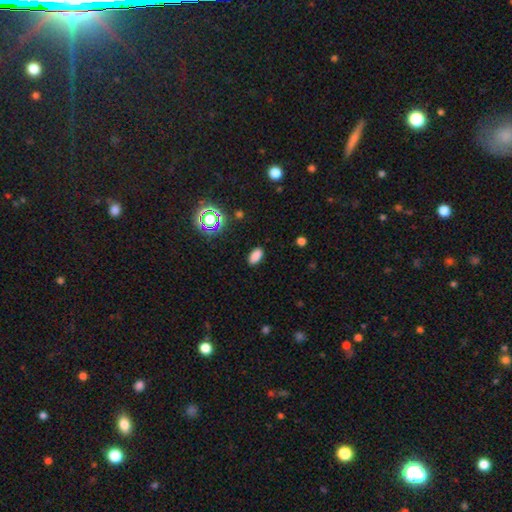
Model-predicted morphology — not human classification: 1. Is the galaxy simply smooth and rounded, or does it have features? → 81% smooth, 15% star or artifact, 5% featured or disk.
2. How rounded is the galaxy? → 90% in between, 5% round, 5% cigar-shaped.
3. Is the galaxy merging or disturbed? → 87% none, 9% minor disturbance, 3% major disturbance, 1% merger.